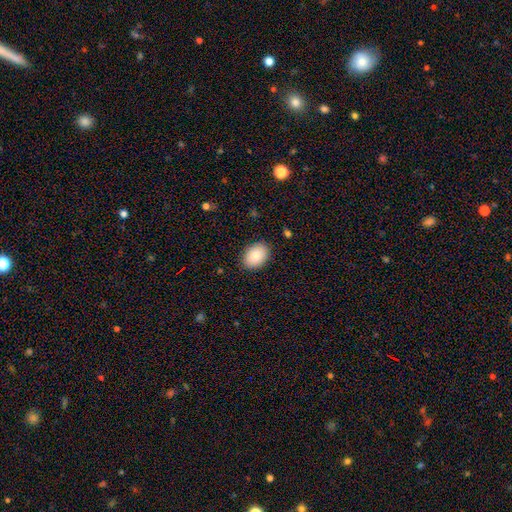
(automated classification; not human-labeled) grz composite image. It shows a smooth galaxy with no disk features (86%) that is in between round and cigar-shaped (80%). Merging: none (88%).